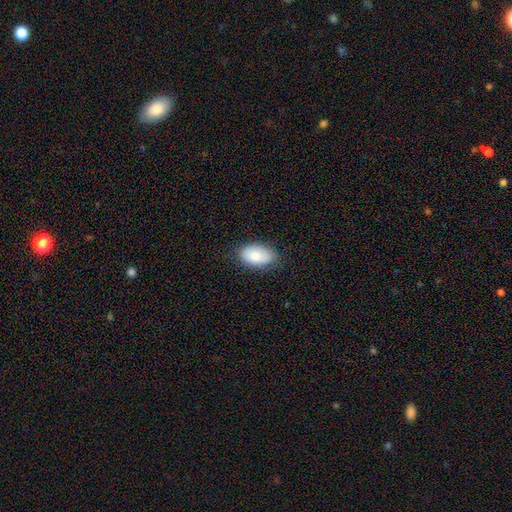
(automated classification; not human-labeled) Smooth or featured? smooth (83%)
How rounded? in between (93%)
Merging? none (80%)